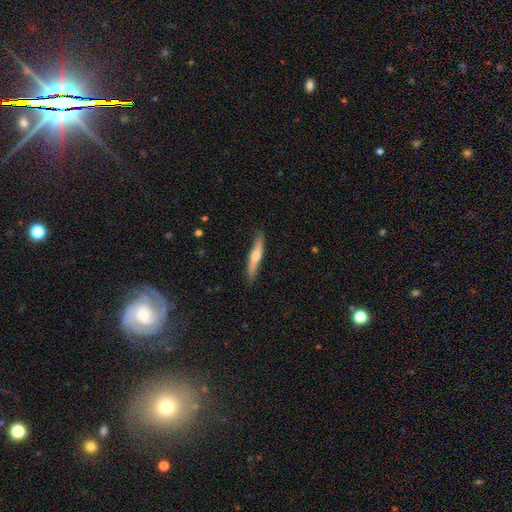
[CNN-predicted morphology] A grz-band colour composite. It shows a smooth galaxy with no disk features (54%) that is cigar-shaped (91%). Merging: none (86%).